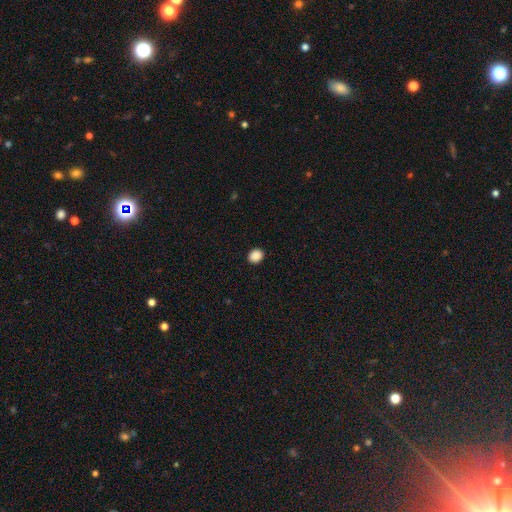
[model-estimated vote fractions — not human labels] This appears to be a smooth galaxy with no disk features (89%) that is round (61%). Merging: none (91%).